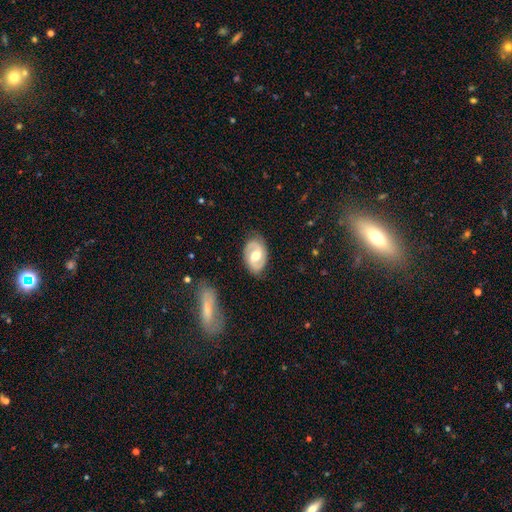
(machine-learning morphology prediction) Overall: featured or disk (76%). Edge-on disk: no (97%). Bar: weak (46%; no 36%). Spiral arms: yes (90%). Spiral arm count: 2 (90%). Spiral winding: medium (49%; tight 32%). Bulge size: moderate (72%). Merging: none (82%).